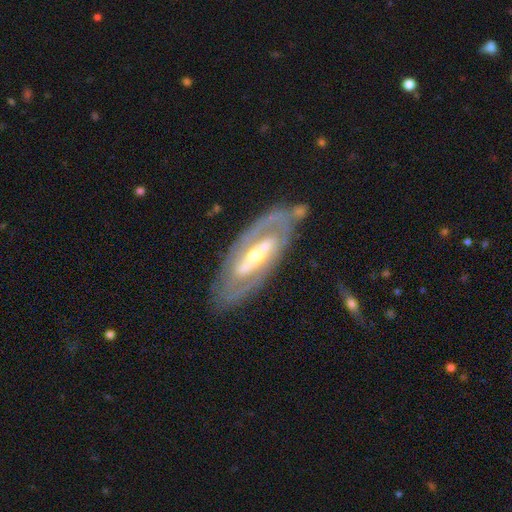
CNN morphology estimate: A featured or disk galaxy (84%) with a strong bar (52%), 2 (72%) tight (55%) spiral arms (80%) and a moderate central bulge (52%). Merging: none (79%).